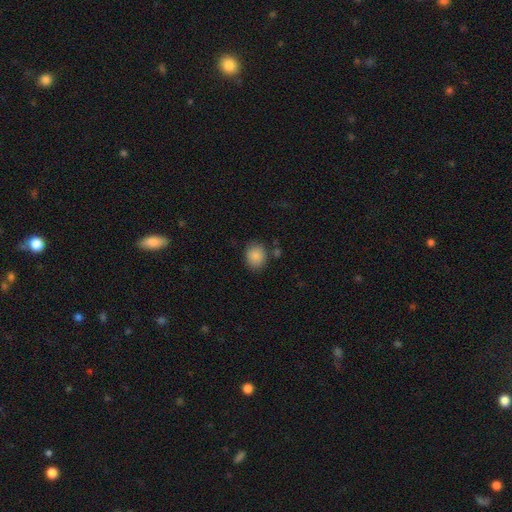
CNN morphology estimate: Smooth or featured? Predicted: smooth (p=0.87). How rounded? Predicted: round (p=0.59). Merging? Predicted: none (p=0.80).